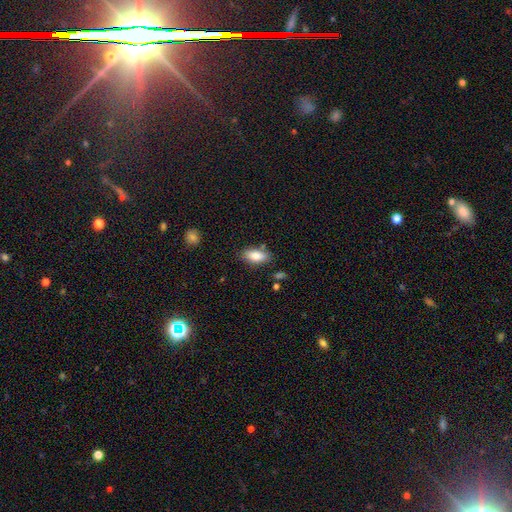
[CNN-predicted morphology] Smooth or featured? smooth (84%)
How rounded? in between (89%)
Merging? none (79%)